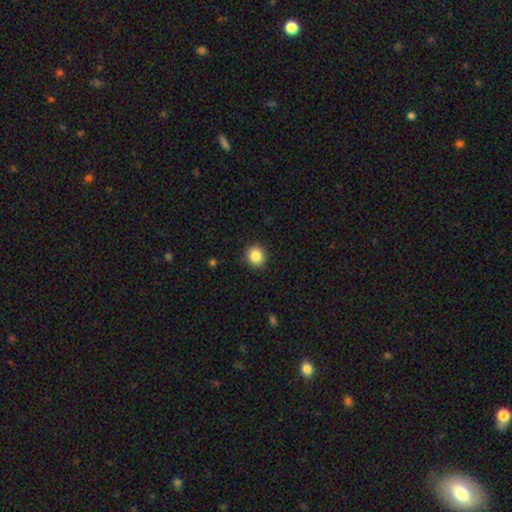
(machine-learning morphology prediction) Smooth or featured? Predicted: smooth (p=0.86). How rounded? Predicted: round (p=0.84). Merging? Predicted: none (p=0.91).